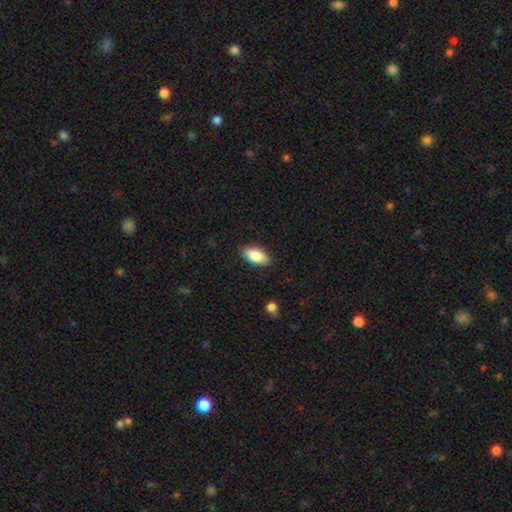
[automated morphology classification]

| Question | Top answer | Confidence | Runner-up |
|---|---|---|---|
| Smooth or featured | smooth | 86% | featured or disk (7%) |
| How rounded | in between | 92% | cigar-shaped (5%) |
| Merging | none | 87% | minor disturbance (10%) |